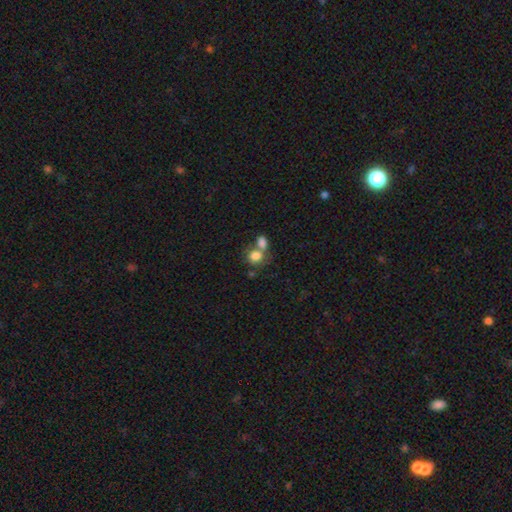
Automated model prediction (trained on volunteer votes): The model was most divided on "how rounded": round: 55%, in between: 44%, cigar-shaped: 1%. More confident: smooth or featured — smooth (79%); merging — merger (56%).